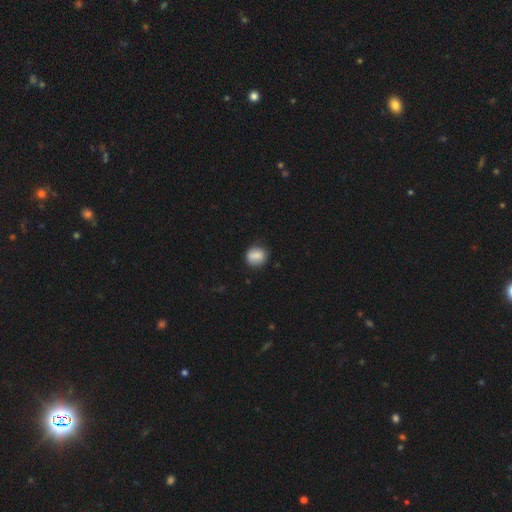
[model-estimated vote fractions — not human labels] This appears to be a smooth galaxy with no disk features (80%) that is round (69%). Merging: none (79%).